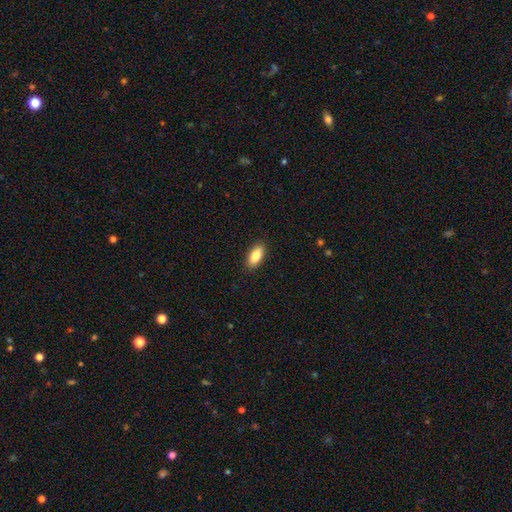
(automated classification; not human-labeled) Smooth or featured? Predicted: smooth (p=0.85). How rounded? Predicted: in between (p=0.88). Merging? Predicted: none (p=0.89).